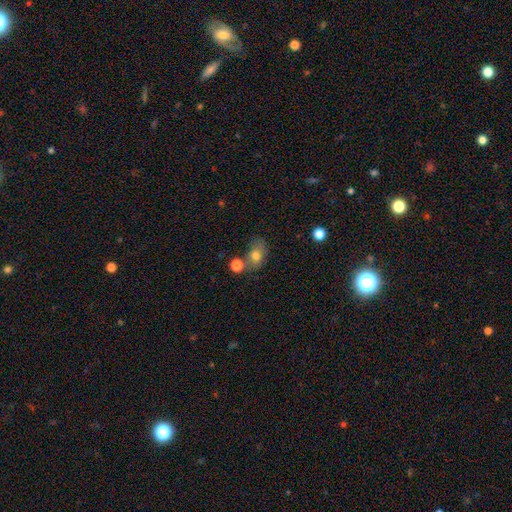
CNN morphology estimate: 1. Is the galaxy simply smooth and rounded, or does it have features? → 77% smooth, 12% featured or disk, 11% star or artifact.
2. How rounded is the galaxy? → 67% in between, 32% round, 1% cigar-shaped.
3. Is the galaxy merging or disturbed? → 48% none, 22% merger, 20% minor disturbance, 10% major disturbance.